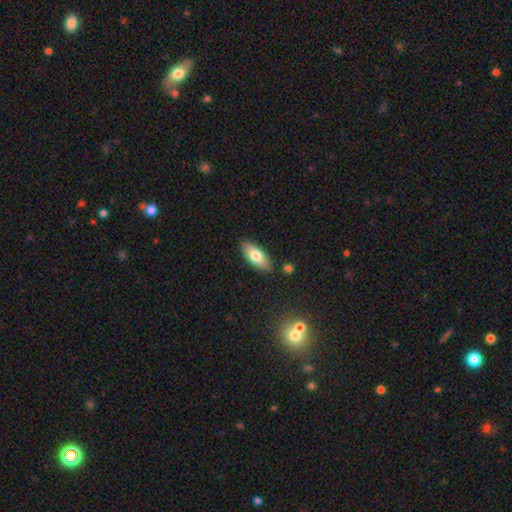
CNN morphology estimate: A smooth galaxy with no disk features (77%) that is in between round and cigar-shaped (84%).

Vote fractions:
- Smooth or featured? smooth: 77% / featured or disk: 17% / star or artifact: 6%
- How rounded? in between: 84% / cigar-shaped: 13% / round: 2%
- Merging? none: 86% / minor disturbance: 10% / merger: 2% / major disturbance: 2%